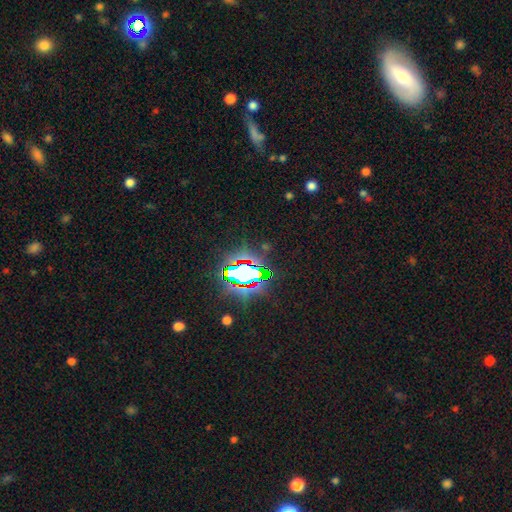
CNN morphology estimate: This appears to be a star or artifact, not a galaxy (76%).